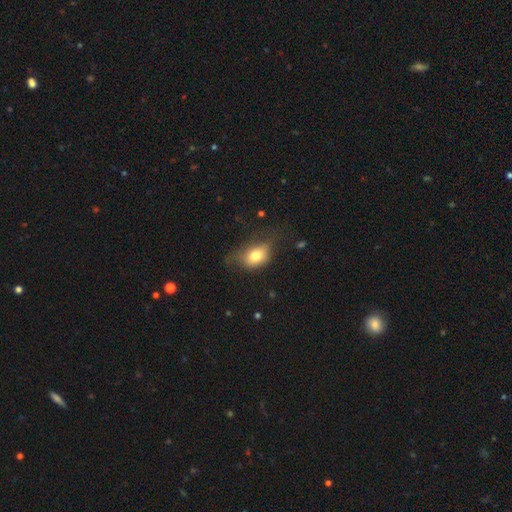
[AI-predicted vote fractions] The model was most divided on "merging": none: 44%, minor disturbance: 34%, major disturbance: 20%, merger: 2%. More confident: how rounded — in between (75%); smooth or featured — smooth (74%).